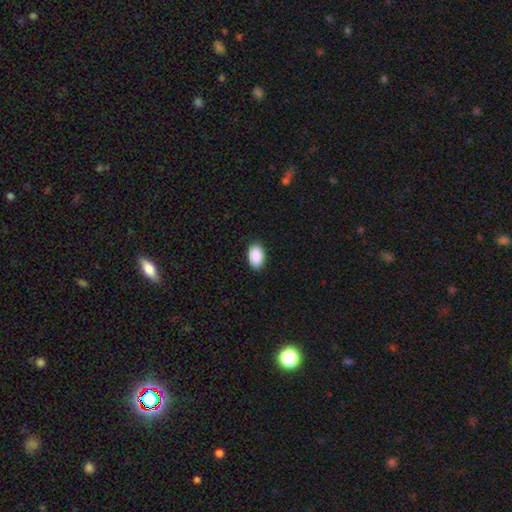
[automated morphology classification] Smooth or featured?
  - smooth: 91% *
  - star or artifact: 6%
  - featured or disk: 2%
How rounded?
  - in between: 93% *
  - round: 6%
  - cigar-shaped: 1%
Merging?
  - none: 88% *
  - minor disturbance: 9%
  - major disturbance: 2%
  - merger: 1%